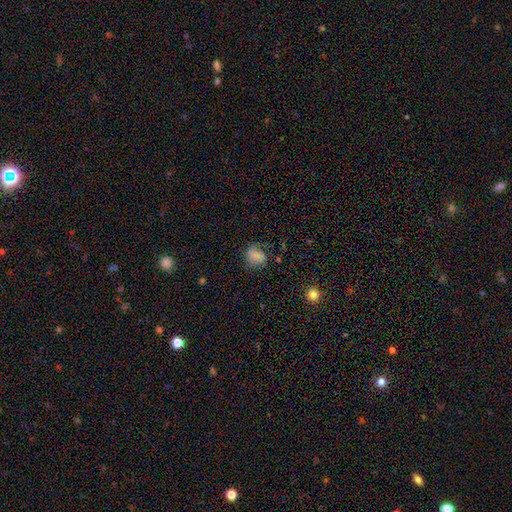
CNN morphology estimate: Smooth or featured? Predicted: smooth (p=0.53). How rounded? Predicted: round (p=0.63). Merging? Predicted: none (p=0.56).